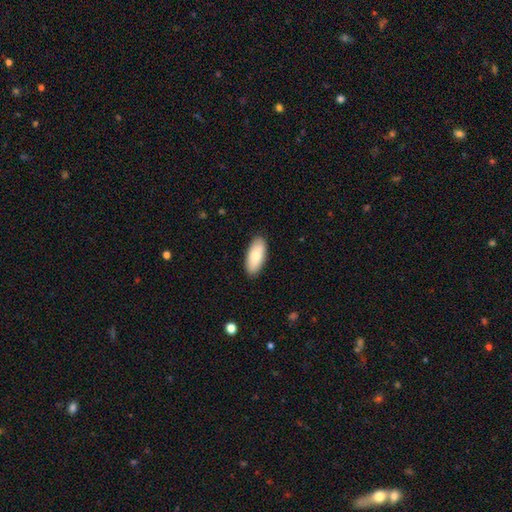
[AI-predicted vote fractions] Q: Smooth or featured?
A: smooth (82%); runner-up: featured or disk (12%)
Q: How rounded?
A: in between (88%); runner-up: cigar-shaped (10%)
Q: Merging?
A: none (89%); runner-up: minor disturbance (9%)